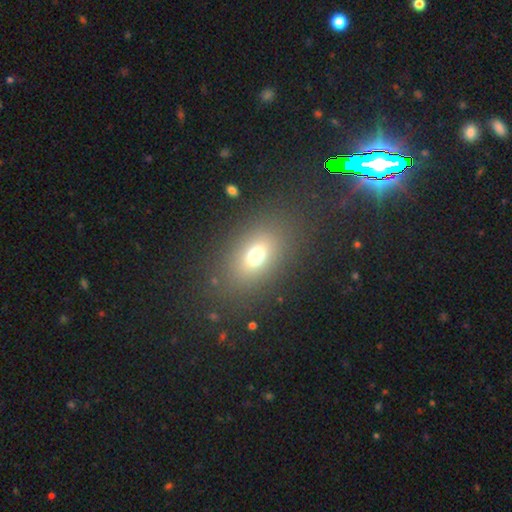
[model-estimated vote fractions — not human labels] This appears to be a smooth galaxy with no disk features (68%) that is in between round and cigar-shaped (71%). Merging: none (82%).